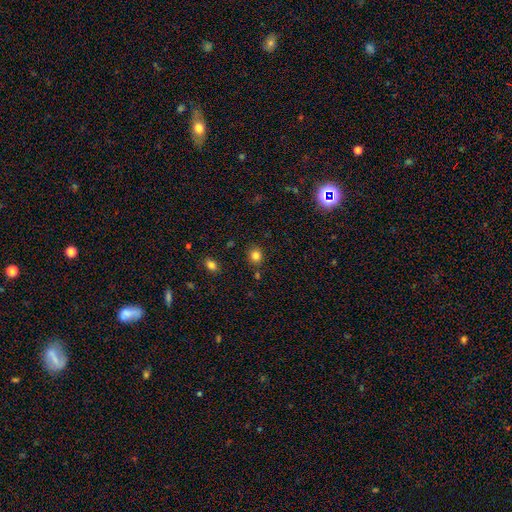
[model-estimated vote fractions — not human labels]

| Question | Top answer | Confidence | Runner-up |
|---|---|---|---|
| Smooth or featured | smooth | 82% | star or artifact (12%) |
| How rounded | round | 80% | in between (19%) |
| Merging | none | 83% | minor disturbance (9%) |